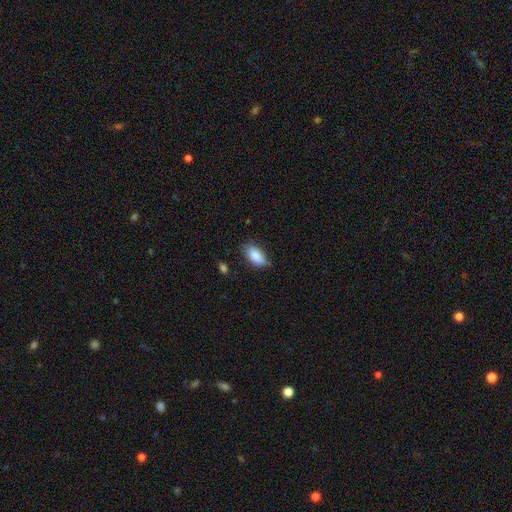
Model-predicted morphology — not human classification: Overall: smooth (86%). How rounded: in between (91%). Merging: none (69%).